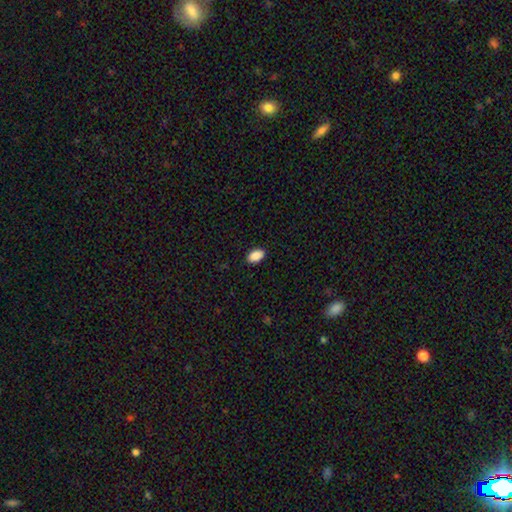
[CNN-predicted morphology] Overall: smooth (90%). How rounded: in between (92%). Merging: none (89%).